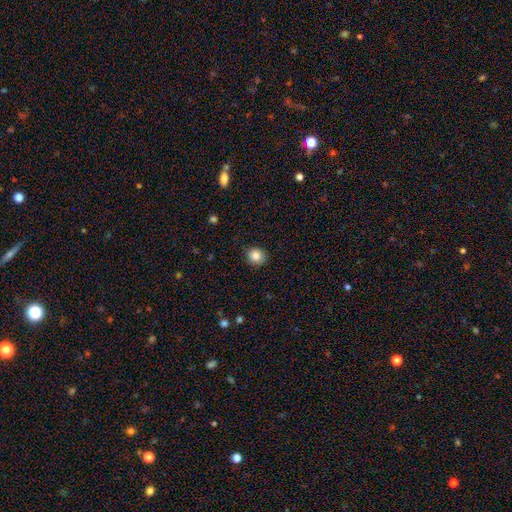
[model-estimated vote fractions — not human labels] smooth-or-featured: smooth: 85% | star or artifact: 10% | featured or disk: 5%
  how-rounded: round: 87% | in between: 12% | cigar-shaped: 1%
  merging: none: 89% | minor disturbance: 8% | major disturbance: 2% | merger: 1%